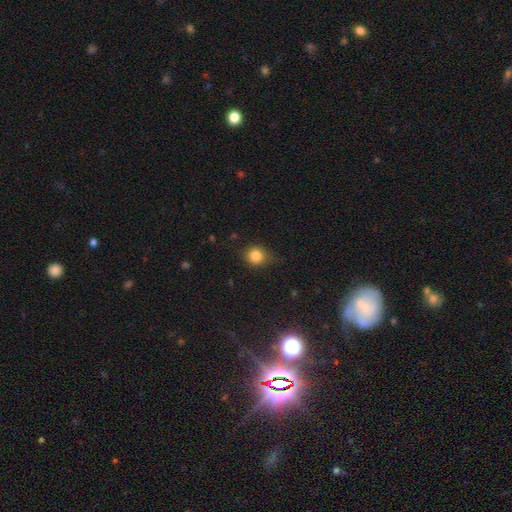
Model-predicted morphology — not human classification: smooth-or-featured: smooth: 84% | star or artifact: 11% | featured or disk: 5%
  how-rounded: round: 82% | in between: 17% | cigar-shaped: 1%
  merging: none: 68% | minor disturbance: 24% | major disturbance: 6% | merger: 2%